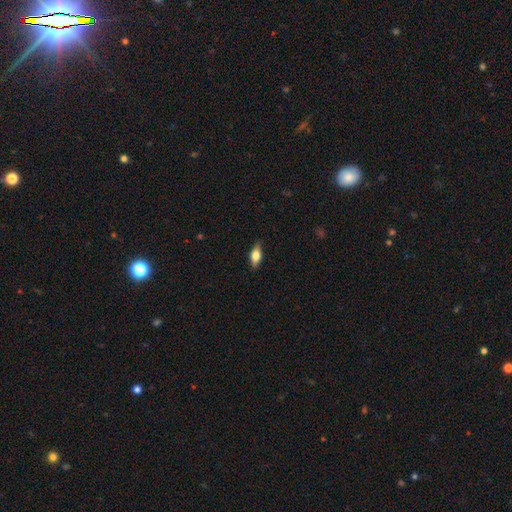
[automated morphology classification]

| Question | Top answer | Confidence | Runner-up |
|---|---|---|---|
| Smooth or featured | smooth | 68% | featured or disk (25%) |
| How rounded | in between | 79% | cigar-shaped (17%) |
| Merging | none | 86% | minor disturbance (11%) |